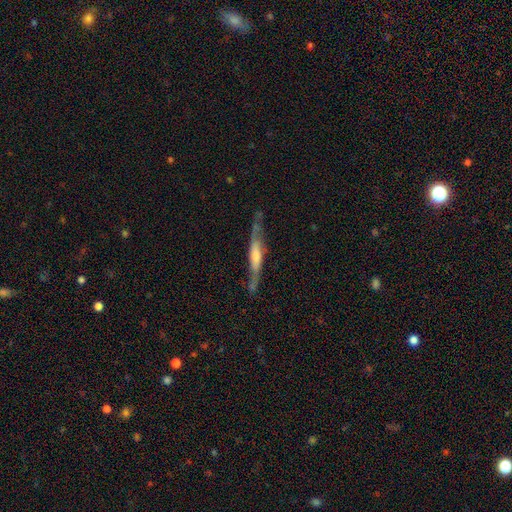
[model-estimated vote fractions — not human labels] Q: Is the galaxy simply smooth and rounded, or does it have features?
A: featured or disk — 67%.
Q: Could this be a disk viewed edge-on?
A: yes — 77%.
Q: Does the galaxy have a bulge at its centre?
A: rounded — 40%.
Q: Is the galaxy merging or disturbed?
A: none — 66%.